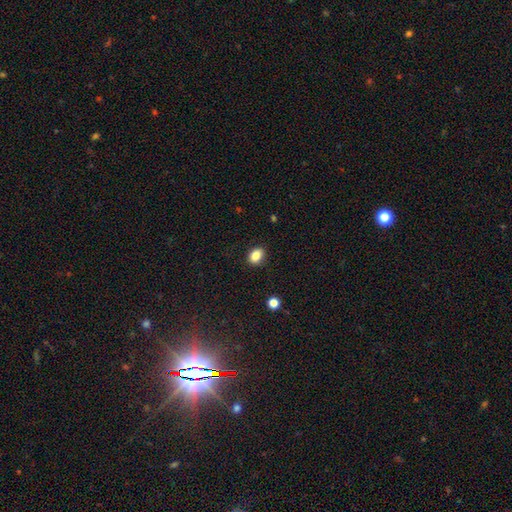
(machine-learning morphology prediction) Smooth or featured? Predicted: smooth (p=0.86). How rounded? Predicted: in between (p=0.70). Merging? Predicted: none (p=0.87).